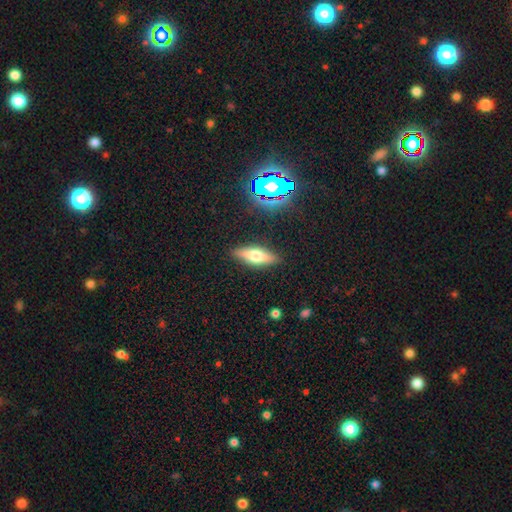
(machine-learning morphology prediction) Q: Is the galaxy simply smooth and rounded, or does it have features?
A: smooth — 49%.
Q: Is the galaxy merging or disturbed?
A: none — 87%.